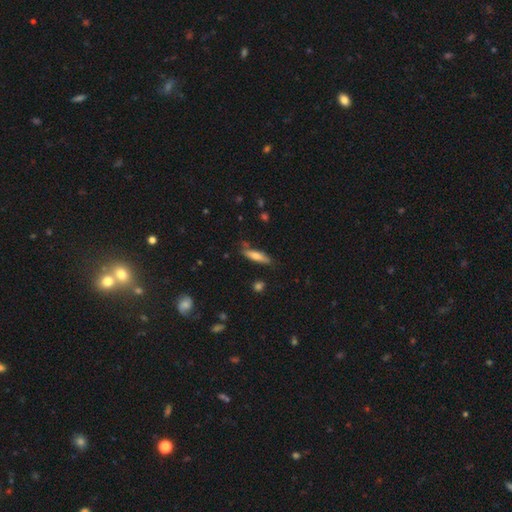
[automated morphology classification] A smooth galaxy with no disk features (68%) that is cigar-shaped (67%). Merging: none (76%).